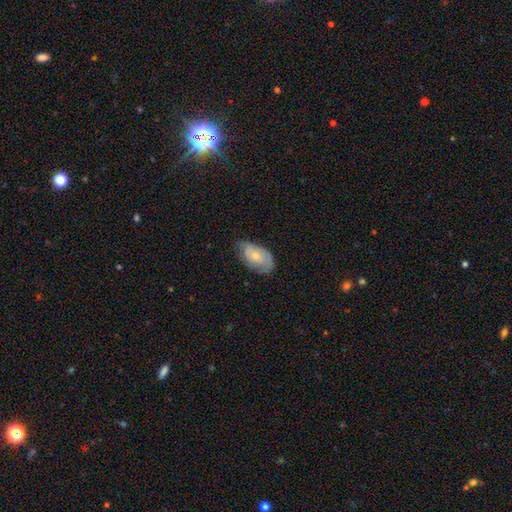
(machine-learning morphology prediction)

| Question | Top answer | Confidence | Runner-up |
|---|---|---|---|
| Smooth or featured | smooth | 61% | featured or disk (33%) |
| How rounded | in between | 92% | round (6%) |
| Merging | none | 52% | minor disturbance (37%) |